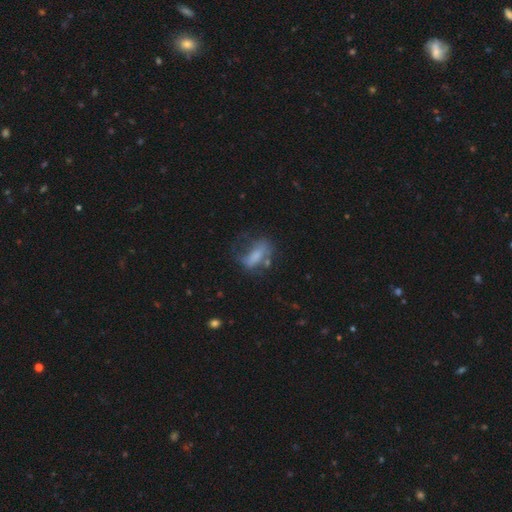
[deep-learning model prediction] smooth_or_featured: smooth (p=0.53) [alt: featured or disk p=0.36]
how_rounded: in between (p=0.77) [alt: cigar-shaped p=0.15]
merging: major disturbance (p=0.37) [alt: none p=0.33]